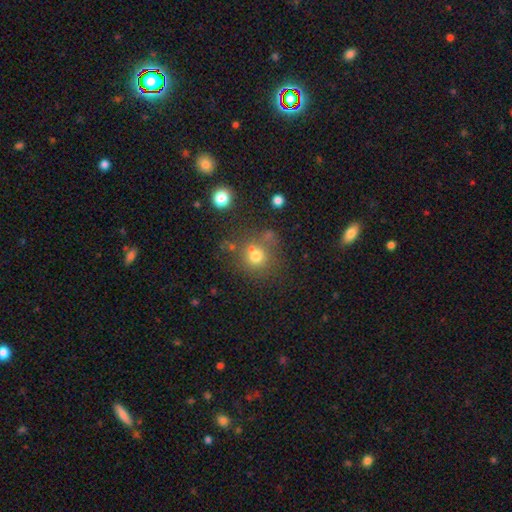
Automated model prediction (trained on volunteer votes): Morphology: type=smooth (71%); roundness=round (88%); merging=none (61%).